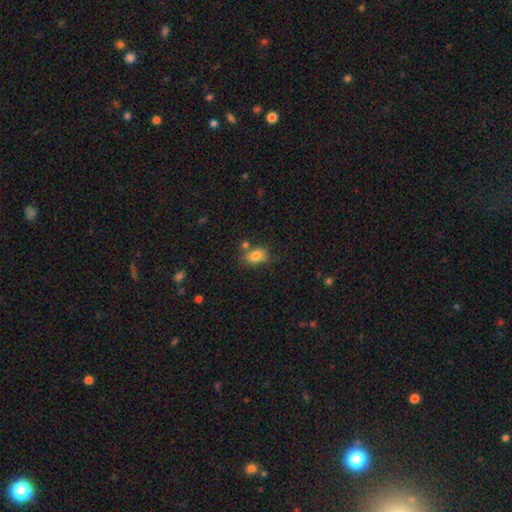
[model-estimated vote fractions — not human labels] smooth-or-featured: smooth: 82% | star or artifact: 9% | featured or disk: 9%
  how-rounded: in between: 75% | round: 23% | cigar-shaped: 1%
  merging: none: 60% | minor disturbance: 18% | merger: 16% | major disturbance: 6%